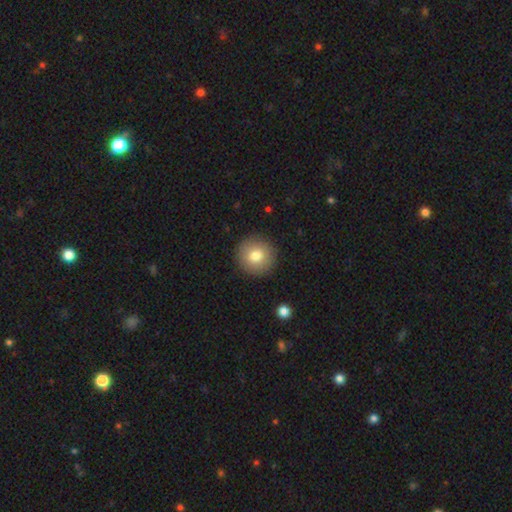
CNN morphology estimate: Overall: smooth (79%). How rounded: round (94%). Merging: none (91%).